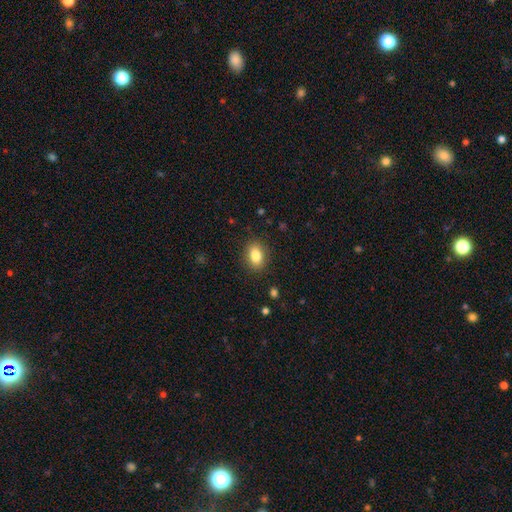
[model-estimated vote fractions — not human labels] The model was most divided on "how rounded": in between: 75%, round: 23%, cigar-shaped: 1%. More confident: merging — none (87%); smooth or featured — smooth (83%).